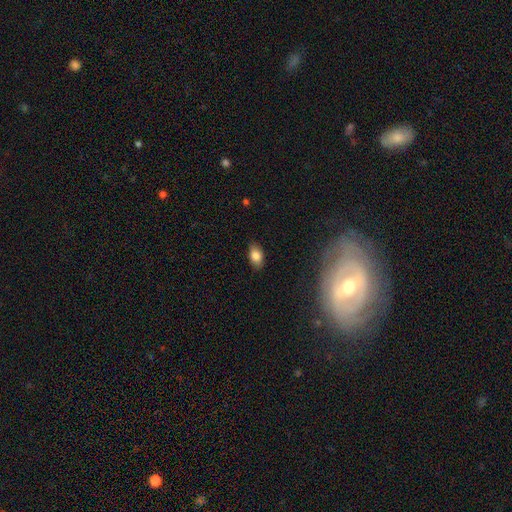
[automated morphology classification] Smooth or featured? Predicted: smooth (p=0.83). How rounded? Predicted: in between (p=0.89). Merging? Predicted: none (p=0.85).